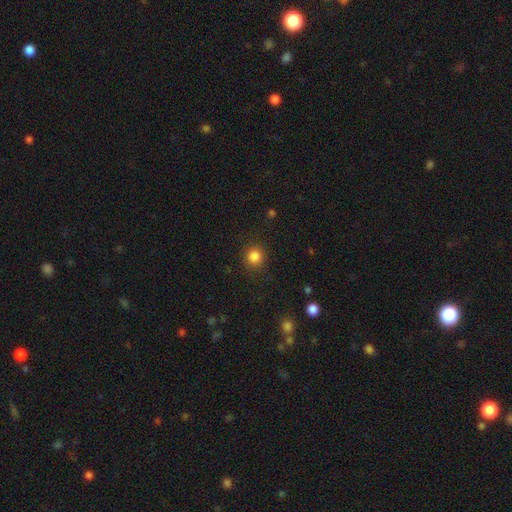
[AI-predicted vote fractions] Overall: smooth (84%). How rounded: round (91%). Merging: none (88%).